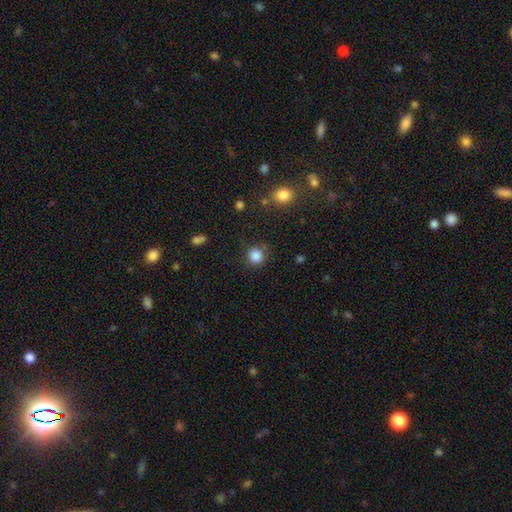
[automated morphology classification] Q: Smooth or featured?
A: smooth (85%); runner-up: star or artifact (12%)
Q: How rounded?
A: round (92%); runner-up: in between (8%)
Q: Merging?
A: none (85%); runner-up: minor disturbance (9%)